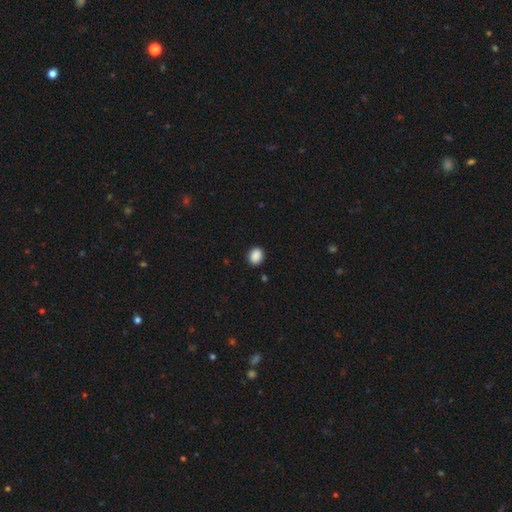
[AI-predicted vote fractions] Q: Smooth or featured?
A: smooth (89%); runner-up: star or artifact (9%)
Q: How rounded?
A: round (56%); runner-up: in between (43%)
Q: Merging?
A: none (89%); runner-up: minor disturbance (8%)